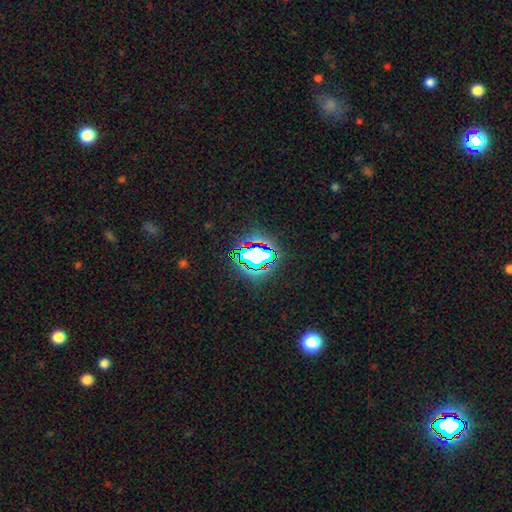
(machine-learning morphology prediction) smooth-or-featured: star or artifact: 63% | smooth: 24% | featured or disk: 13%